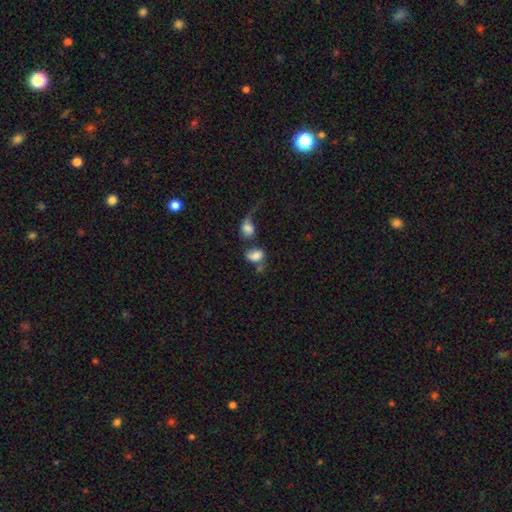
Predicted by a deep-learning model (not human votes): This appears to be a smooth galaxy with no disk features (74%) that is in between round and cigar-shaped (73%). Merging: merger (46%).